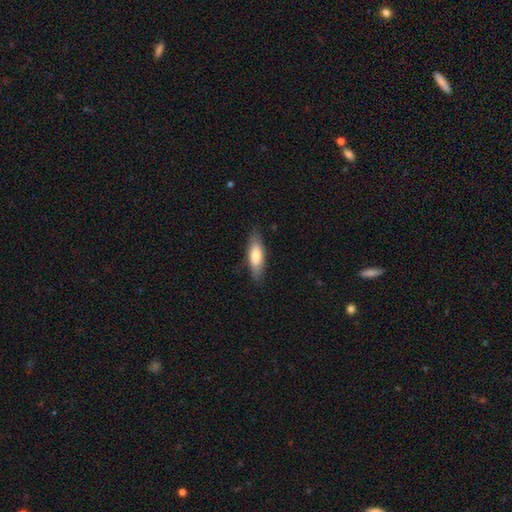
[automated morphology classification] smooth_or_featured: smooth (p=0.75) [alt: featured or disk p=0.20]
how_rounded: in between (p=0.57) [alt: cigar-shaped p=0.42]
merging: none (p=0.82) [alt: minor disturbance p=0.14]